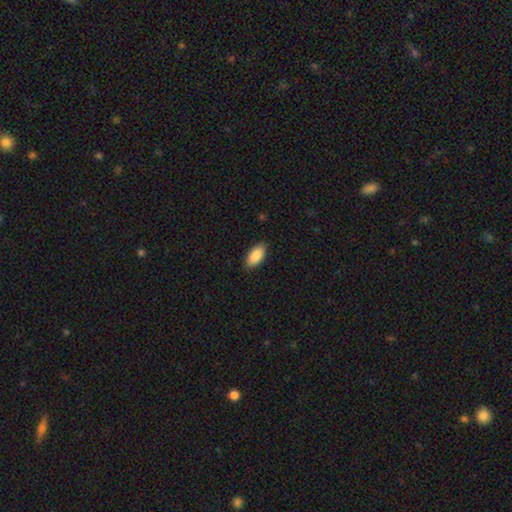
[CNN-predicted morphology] The model was most divided on "merging": none: 86%, minor disturbance: 11%, major disturbance: 2%, merger: 1%. More confident: how rounded — in between (92%); smooth or featured — smooth (89%).